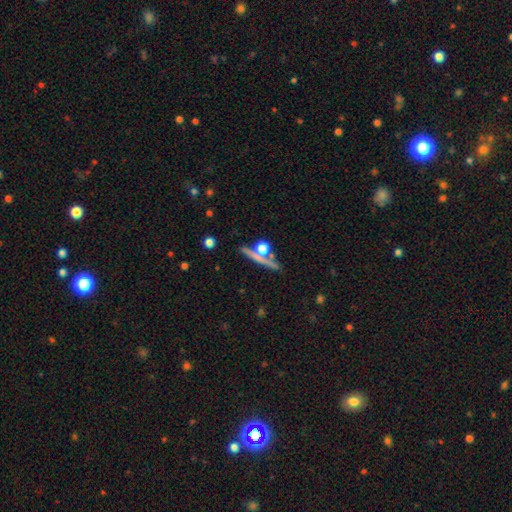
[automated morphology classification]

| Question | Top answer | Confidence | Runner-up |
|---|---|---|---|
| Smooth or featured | featured or disk | 48% | smooth (40%) |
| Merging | none | 74% | merger (12%) |